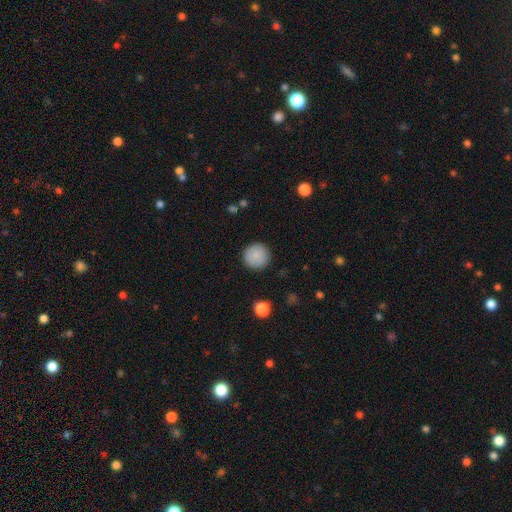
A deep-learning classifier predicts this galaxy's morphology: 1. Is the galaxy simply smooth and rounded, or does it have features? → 86% smooth, 7% star or artifact, 7% featured or disk.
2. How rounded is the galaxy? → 95% round, 4% in between, 1% cigar-shaped.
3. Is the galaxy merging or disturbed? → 90% none, 7% minor disturbance, 2% major disturbance, 1% merger.